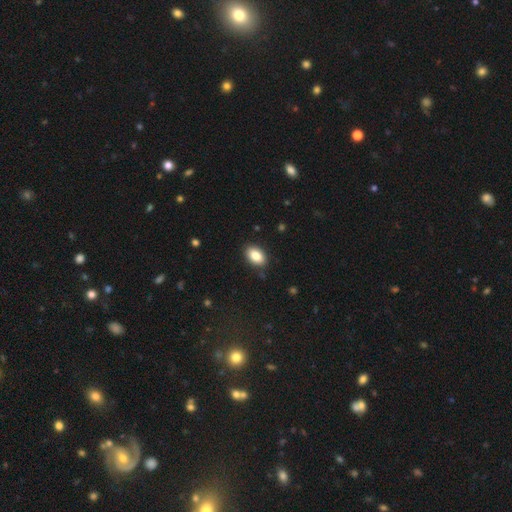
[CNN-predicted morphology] A smooth galaxy with no disk features (86%) that is in between round and cigar-shaped (91%).

Vote fractions:
- Smooth or featured? smooth: 86% / star or artifact: 7% / featured or disk: 7%
- How rounded? in between: 91% / round: 8% / cigar-shaped: 1%
- Merging? none: 87% / minor disturbance: 9% / major disturbance: 2% / merger: 1%